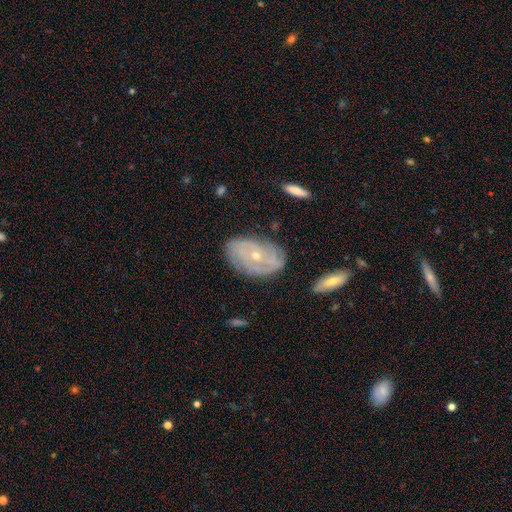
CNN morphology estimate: featured or disk 76%, smooth 17%, star or artifact 8%. Down the decision tree: edge-on disk — no (94%); bar — no (73%); spiral arms — yes (84%); spiral arm count — can't tell (39%); spiral winding — tight (65%); bulge size — small (64%); merging — none (75%).